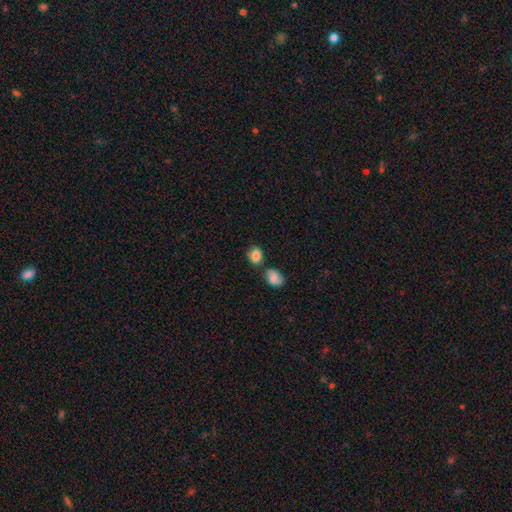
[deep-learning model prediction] Morphology: type=smooth (83%); roundness=in between (56%); merging=none (59%).